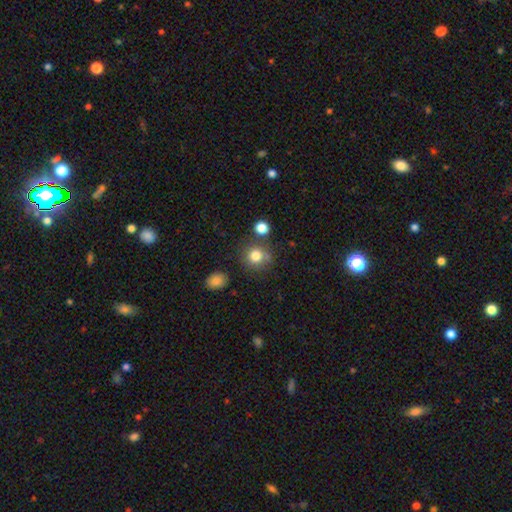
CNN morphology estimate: Smooth or featured: smooth — 80% (star or artifact — 12%)
How rounded: round — 87% (in between — 12%)
Merging: none — 73% (minor disturbance — 12%)